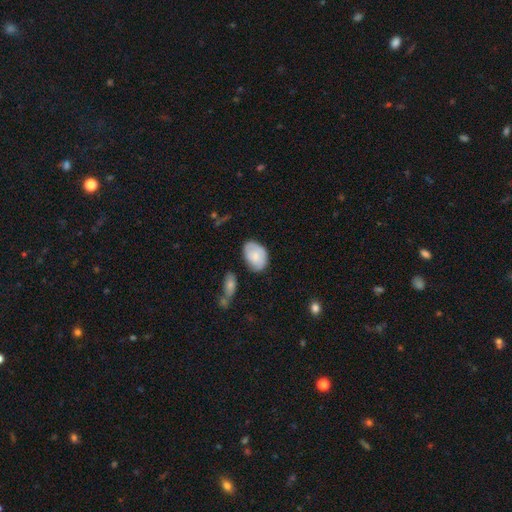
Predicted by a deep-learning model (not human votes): Smooth or featured?
  - smooth: 71% *
  - featured or disk: 23%
  - star or artifact: 6%
How rounded?
  - in between: 84% *
  - round: 15%
  - cigar-shaped: 1%
Merging?
  - none: 63% *
  - minor disturbance: 27%
  - major disturbance: 6%
  - merger: 4%